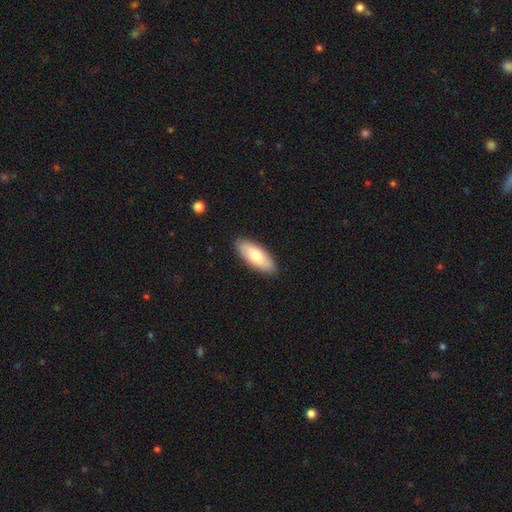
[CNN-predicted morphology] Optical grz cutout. It shows a smooth galaxy with no disk features (76%) that is in between round and cigar-shaped (80%). Merging: none (89%).